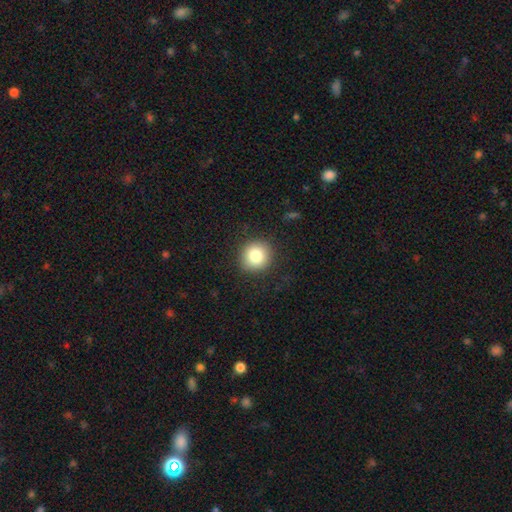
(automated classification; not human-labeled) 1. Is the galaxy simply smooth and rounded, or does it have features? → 83% smooth, 10% star or artifact, 8% featured or disk.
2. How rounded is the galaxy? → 90% round, 9% in between, 1% cigar-shaped.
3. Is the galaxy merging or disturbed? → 89% none, 7% minor disturbance, 2% major disturbance, 1% merger.